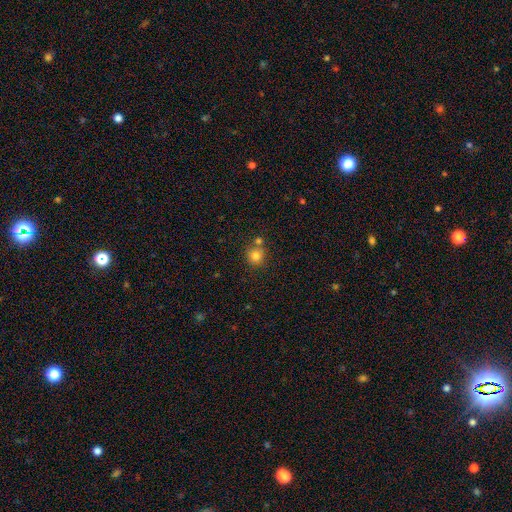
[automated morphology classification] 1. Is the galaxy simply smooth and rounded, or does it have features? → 80% smooth, 12% star or artifact, 8% featured or disk.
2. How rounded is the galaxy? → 89% round, 10% in between, 1% cigar-shaped.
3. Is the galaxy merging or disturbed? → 66% none, 21% merger, 10% minor disturbance, 3% major disturbance.